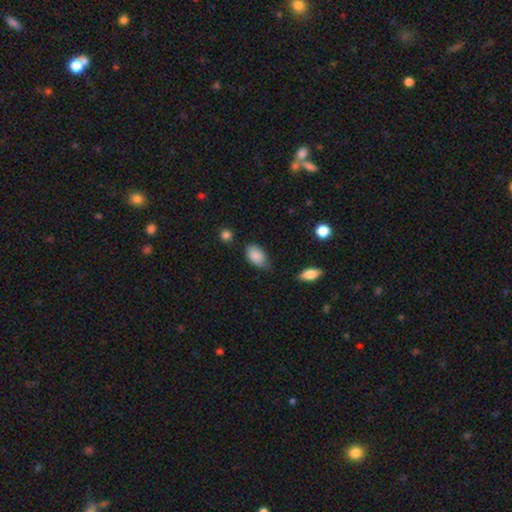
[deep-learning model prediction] smooth_or_featured: smooth (p=0.86) [alt: star or artifact p=0.07]
how_rounded: in between (p=0.91) [alt: round p=0.07]
merging: none (p=0.61) [alt: minor disturbance p=0.31]